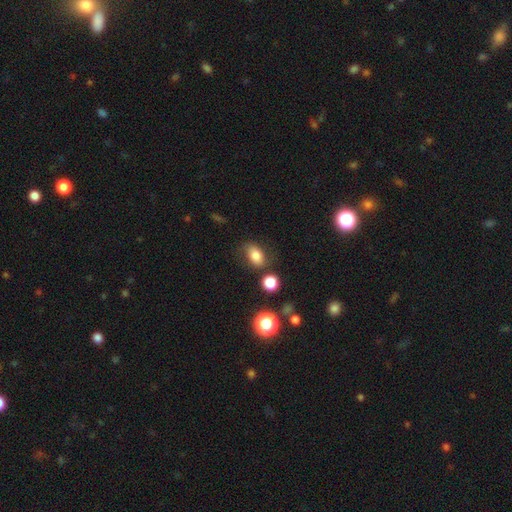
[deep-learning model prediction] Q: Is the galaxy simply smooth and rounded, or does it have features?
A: smooth — 79%.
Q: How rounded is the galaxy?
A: in between — 80%.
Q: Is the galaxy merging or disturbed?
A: none — 68%.